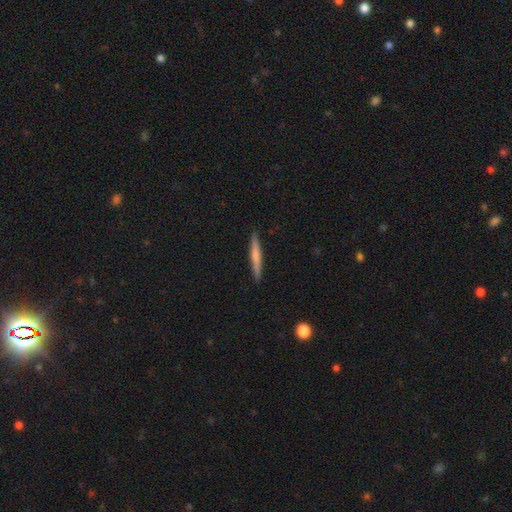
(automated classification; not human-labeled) Smooth or featured? Predicted: smooth (p=0.60). How rounded? Predicted: cigar-shaped (p=0.96). Merging? Predicted: none (p=0.91).